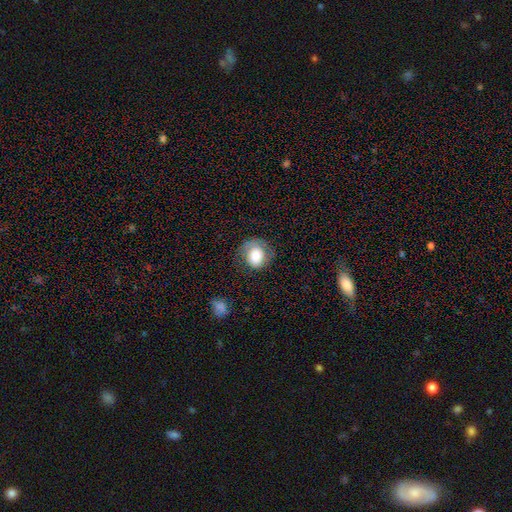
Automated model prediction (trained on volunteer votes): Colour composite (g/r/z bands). It shows a smooth galaxy with no disk features (70%) that is round (67%). Merging: none (56%).